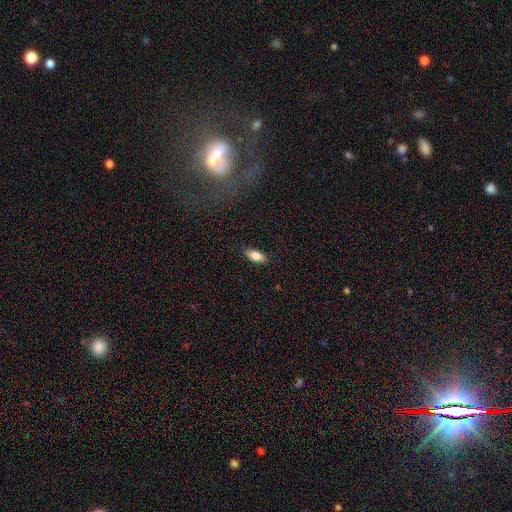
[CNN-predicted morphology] type=smooth (83%); roundness=in between (86%); merging=none (85%).